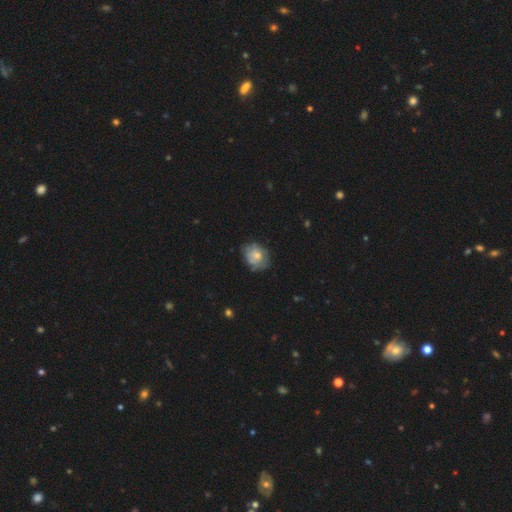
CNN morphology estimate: smooth-or-featured: smooth: 49% | featured or disk: 43% | star or artifact: 8%
  merging: none: 62% | minor disturbance: 26% | major disturbance: 10% | merger: 2%